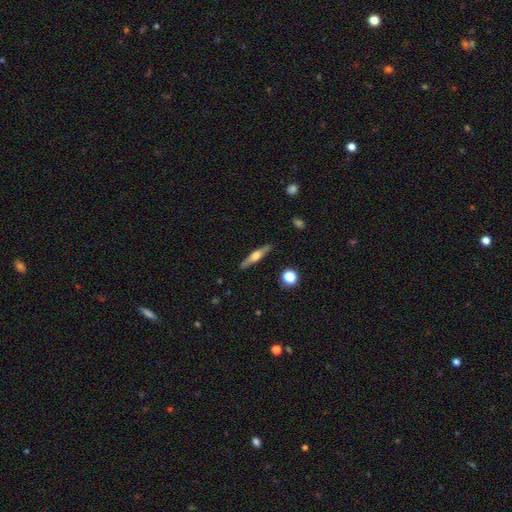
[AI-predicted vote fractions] Smooth or featured: featured or disk — 61% (smooth — 33%)
Edge-on disk: yes — 96% (no — 4%)
Edge-on bulge: rounded — 86% (boxy — 10%)
Merging: none — 89% (minor disturbance — 8%)